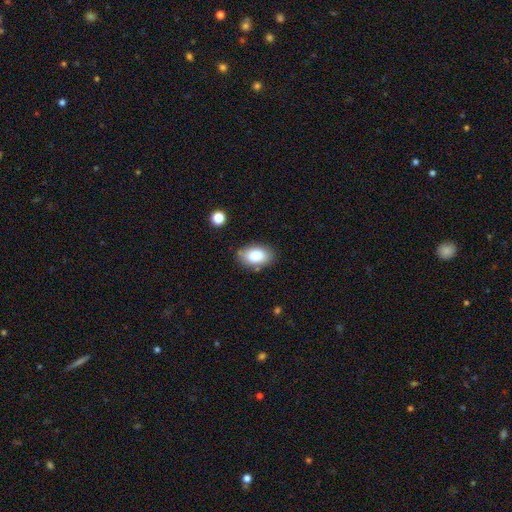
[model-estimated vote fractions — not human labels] A smooth galaxy with no disk features (85%) that is in between round and cigar-shaped (90%). Merging: none (80%).